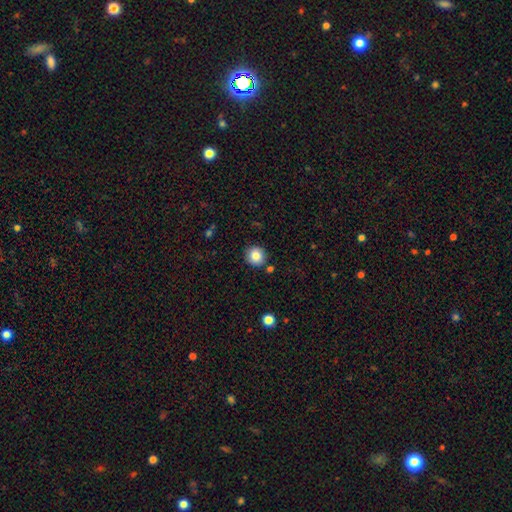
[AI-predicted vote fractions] Overall: smooth (84%). How rounded: round (91%). Merging: none (88%).